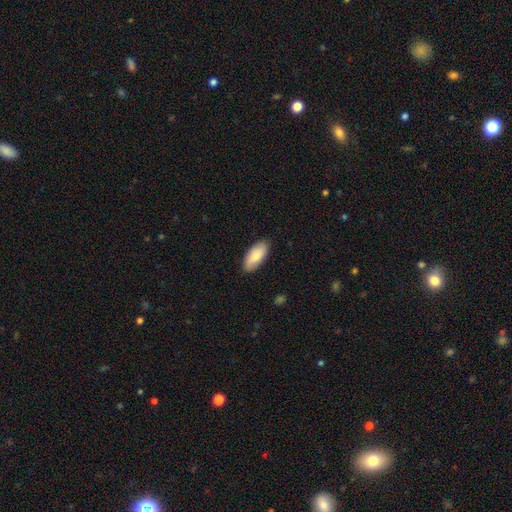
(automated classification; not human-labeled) Smooth or featured? Predicted: smooth (p=0.73). How rounded? Predicted: in between (p=0.90). Merging? Predicted: none (p=0.84).